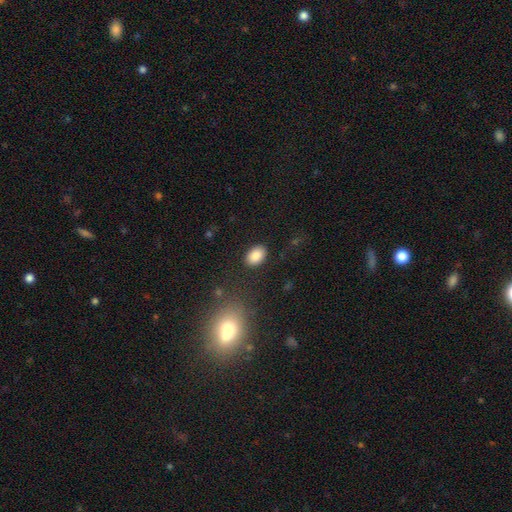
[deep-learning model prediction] smooth_or_featured: smooth (p=0.87) [alt: star or artifact p=0.08]
how_rounded: in between (p=0.85) [alt: round p=0.14]
merging: none (p=0.87) [alt: minor disturbance p=0.09]